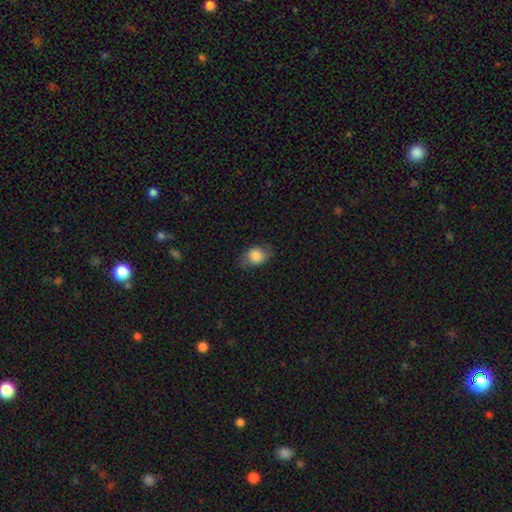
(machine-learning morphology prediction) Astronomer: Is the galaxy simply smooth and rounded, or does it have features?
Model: smooth — 75%.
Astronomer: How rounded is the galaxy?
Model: in between — 60% (runner-up: round, 39%).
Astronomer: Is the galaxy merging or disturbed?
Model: none — 71%.